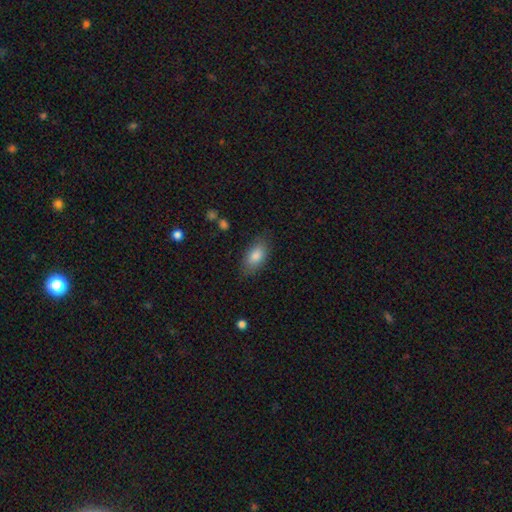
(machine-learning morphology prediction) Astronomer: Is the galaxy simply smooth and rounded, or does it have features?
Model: smooth — 84%.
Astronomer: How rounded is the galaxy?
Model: in between — 90%.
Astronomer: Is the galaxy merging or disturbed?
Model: none — 81%.